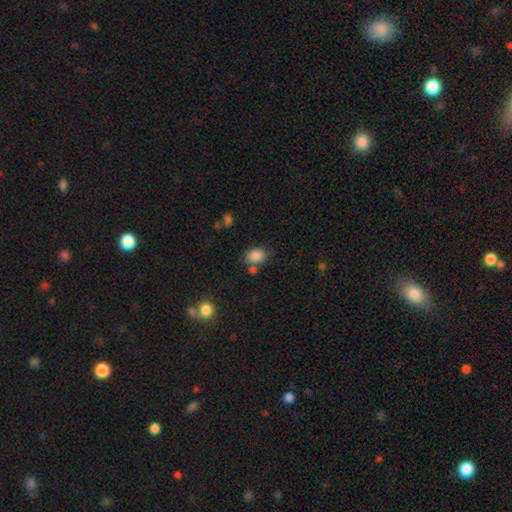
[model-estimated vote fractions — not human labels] Smooth or featured? smooth (85%)
How rounded? in between (65%)
Merging? none (64%)